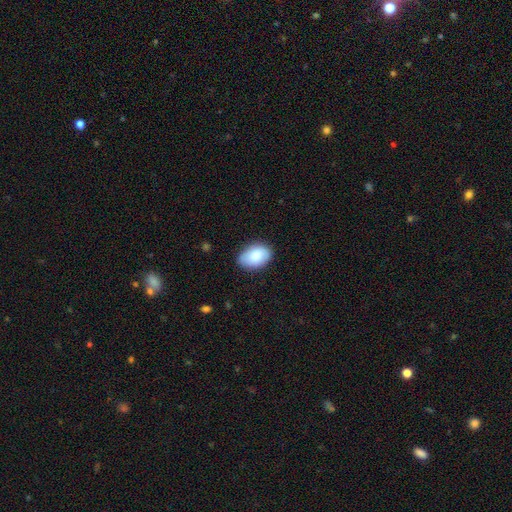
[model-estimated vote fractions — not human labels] smooth 84%, featured or disk 10%, star or artifact 6%. Down the decision tree: how rounded — in between (88%); merging — none (79%).